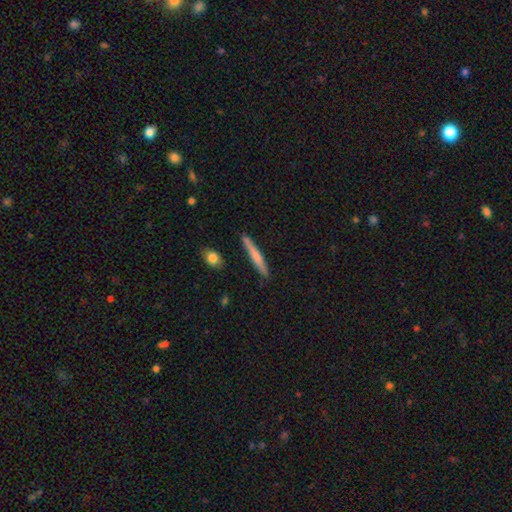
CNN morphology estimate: Smooth or featured? Predicted: smooth (p=0.61). How rounded? Predicted: cigar-shaped (p=0.95). Merging? Predicted: none (p=0.84).